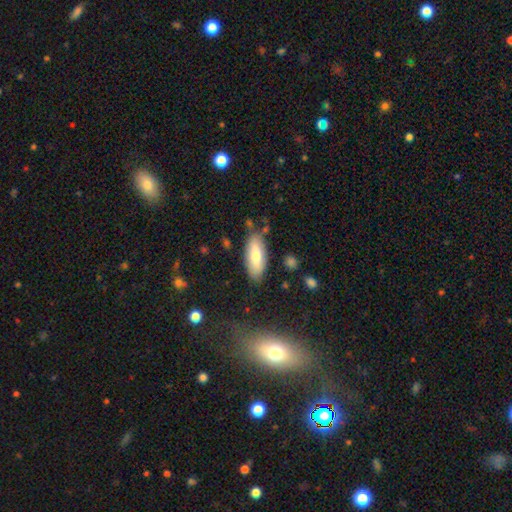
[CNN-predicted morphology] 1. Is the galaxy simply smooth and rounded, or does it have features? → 73% smooth, 21% featured or disk, 6% star or artifact.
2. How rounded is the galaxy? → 71% in between, 27% cigar-shaped, 2% round.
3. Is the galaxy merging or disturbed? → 78% none, 15% minor disturbance, 4% major disturbance, 3% merger.